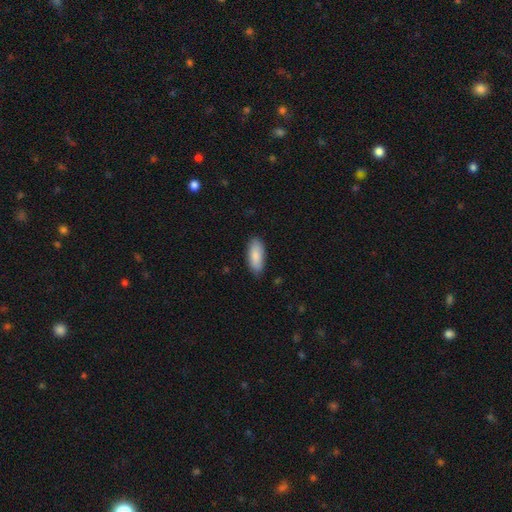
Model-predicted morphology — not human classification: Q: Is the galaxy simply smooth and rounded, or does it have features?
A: smooth — 86%.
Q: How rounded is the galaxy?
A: in between — 82%.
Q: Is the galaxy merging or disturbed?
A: none — 83%.